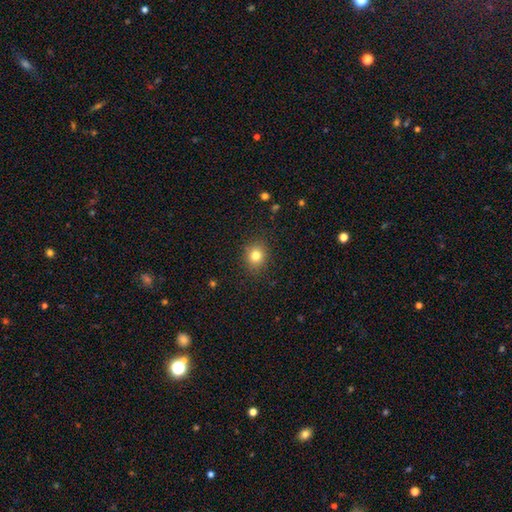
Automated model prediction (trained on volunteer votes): Smooth or featured: smooth — 80% (star or artifact — 12%)
How rounded: round — 77% (in between — 22%)
Merging: none — 88% (minor disturbance — 9%)